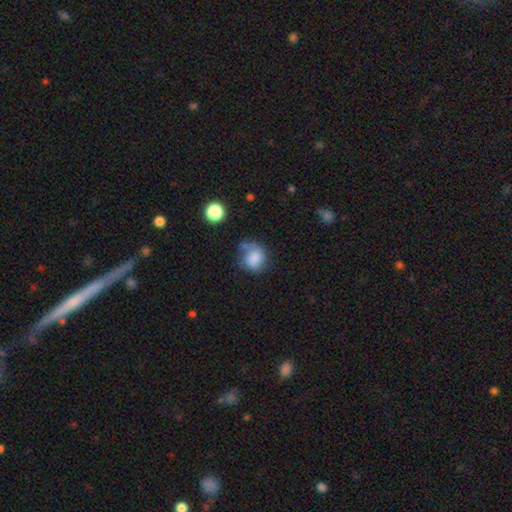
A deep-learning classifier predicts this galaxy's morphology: Smooth or featured: smooth — 73% (featured or disk — 17%)
How rounded: round — 70% (in between — 29%)
Merging: none — 44% (minor disturbance — 28%)